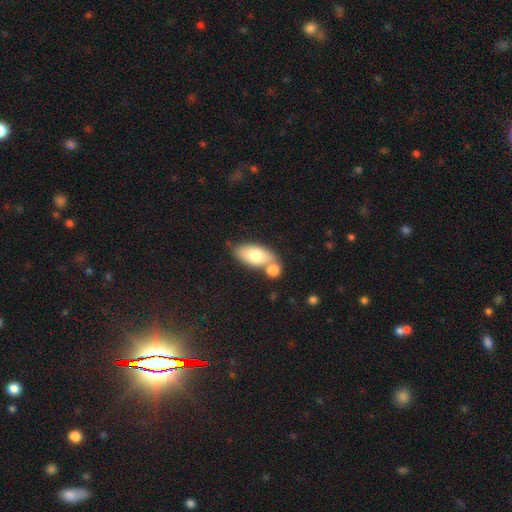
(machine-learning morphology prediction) Smooth or featured: smooth — 71% (featured or disk — 23%)
How rounded: in between — 89% (cigar-shaped — 6%)
Merging: none — 54% (merger — 28%)